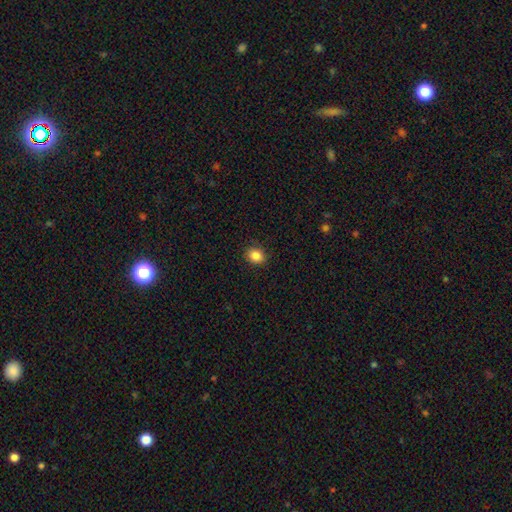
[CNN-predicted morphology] Overall: smooth (87%). How rounded: round (53%; in between 46%). Merging: none (90%).